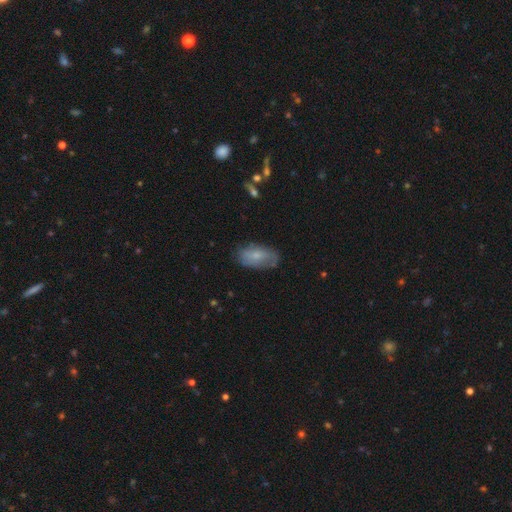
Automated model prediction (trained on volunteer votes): The model was most divided on "smooth or featured": smooth: 66%, featured or disk: 26%, star or artifact: 7%. More confident: how rounded — in between (91%); merging — none (69%).